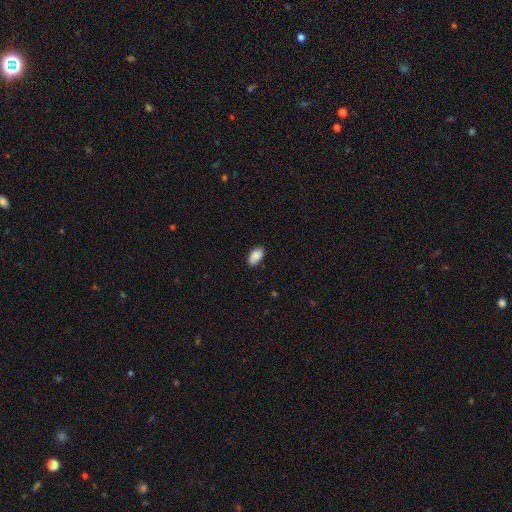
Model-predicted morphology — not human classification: A smooth galaxy with no disk features (88%) that is in between round and cigar-shaped (94%).

Vote fractions:
- Smooth or featured? smooth: 88% / star or artifact: 7% / featured or disk: 5%
- How rounded? in between: 94% / round: 4% / cigar-shaped: 2%
- Merging? none: 79% / minor disturbance: 17% / major disturbance: 3% / merger: 1%